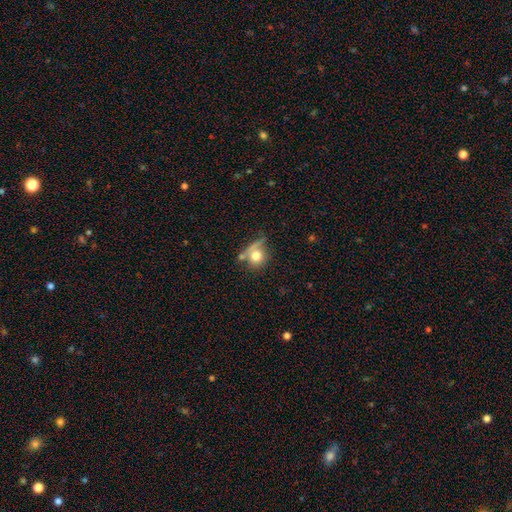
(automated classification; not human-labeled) This is likely a smooth galaxy (72%). How rounded: likely round (76%). Merging: marginally none (43%).